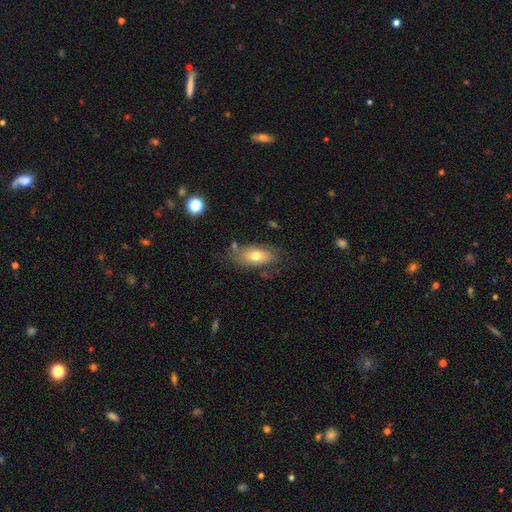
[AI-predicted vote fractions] This is likely a smooth galaxy (65%). How rounded: clearly in between (88%). Merging: likely none (67%).